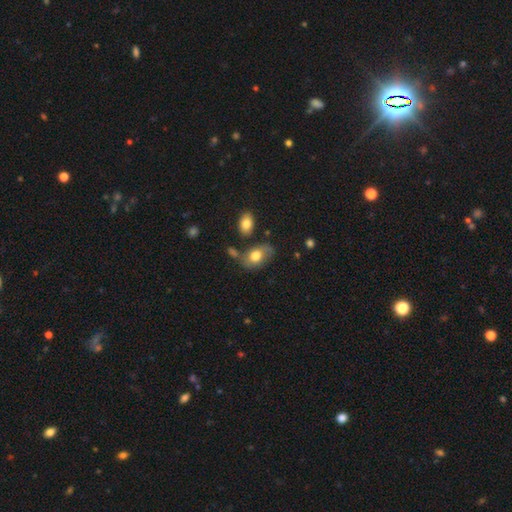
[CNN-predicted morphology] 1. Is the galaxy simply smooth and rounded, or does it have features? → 70% smooth, 23% featured or disk, 7% star or artifact.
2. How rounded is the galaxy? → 86% in between, 12% round, 2% cigar-shaped.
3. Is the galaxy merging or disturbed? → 62% none, 21% minor disturbance, 10% merger, 7% major disturbance.